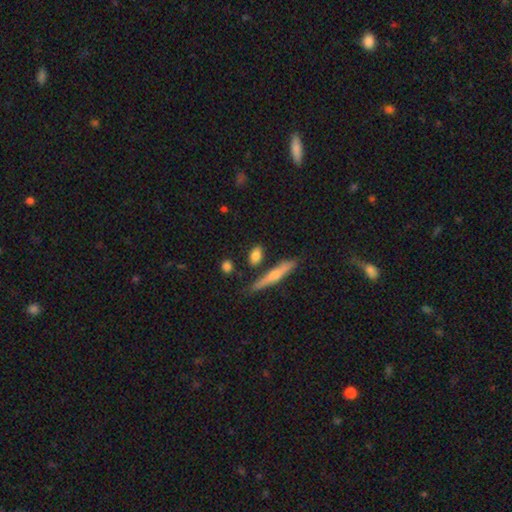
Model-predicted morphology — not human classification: Smooth or featured: smooth — 77% (featured or disk — 16%)
How rounded: in between — 65% (cigar-shaped — 23%)
Merging: none — 77% (minor disturbance — 13%)